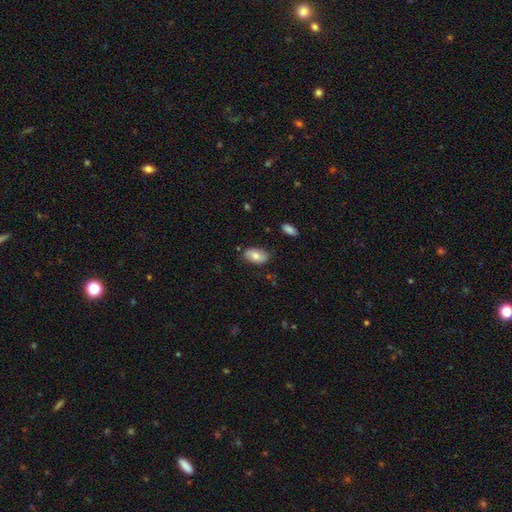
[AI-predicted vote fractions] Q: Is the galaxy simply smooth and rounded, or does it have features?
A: smooth — 69%.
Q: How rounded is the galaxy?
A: in between — 93%.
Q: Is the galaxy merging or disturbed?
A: none — 80%.